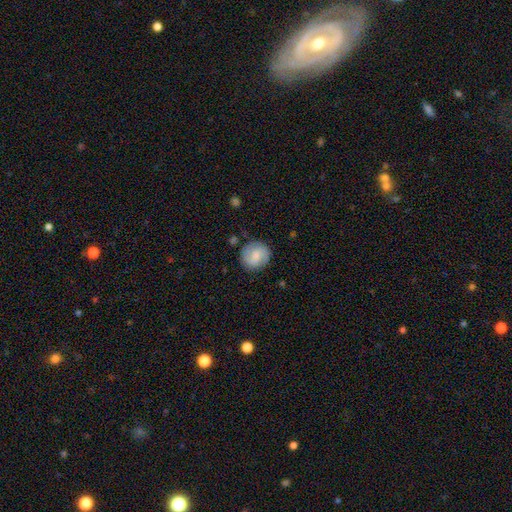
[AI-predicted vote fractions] Smooth or featured? smooth (48%)
Merging? none (82%)